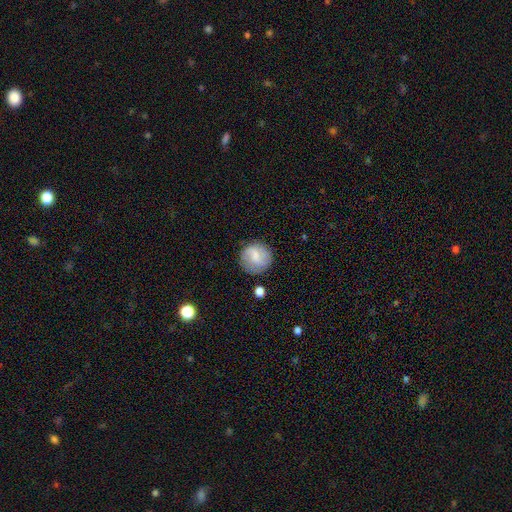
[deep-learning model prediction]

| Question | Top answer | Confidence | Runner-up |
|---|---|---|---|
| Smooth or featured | smooth | 64% | featured or disk (28%) |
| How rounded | round | 91% | in between (8%) |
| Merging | none | 78% | minor disturbance (14%) |